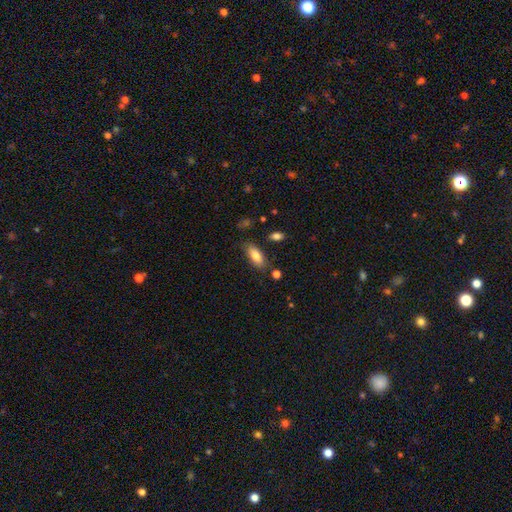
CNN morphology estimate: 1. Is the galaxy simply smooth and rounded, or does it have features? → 81% smooth, 12% featured or disk, 7% star or artifact.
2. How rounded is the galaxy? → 82% in between, 16% cigar-shaped, 2% round.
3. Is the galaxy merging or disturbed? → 78% none, 15% minor disturbance, 4% merger, 3% major disturbance.